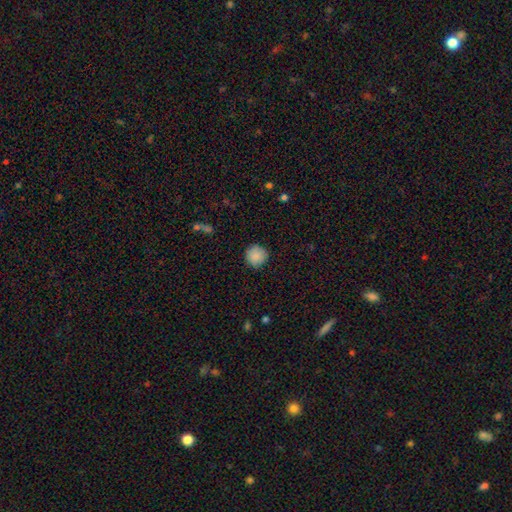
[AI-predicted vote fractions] Smooth or featured? smooth (88%)
How rounded? round (95%)
Merging? none (89%)